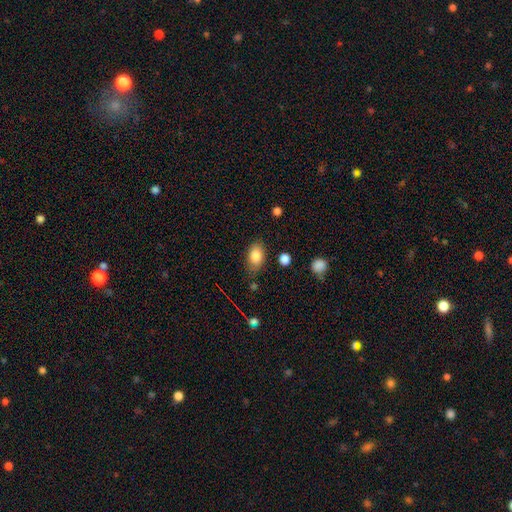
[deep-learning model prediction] The model was most divided on "merging": none: 74%, minor disturbance: 18%, major disturbance: 4%, merger: 3%. More confident: how rounded — in between (87%); smooth or featured — smooth (83%).